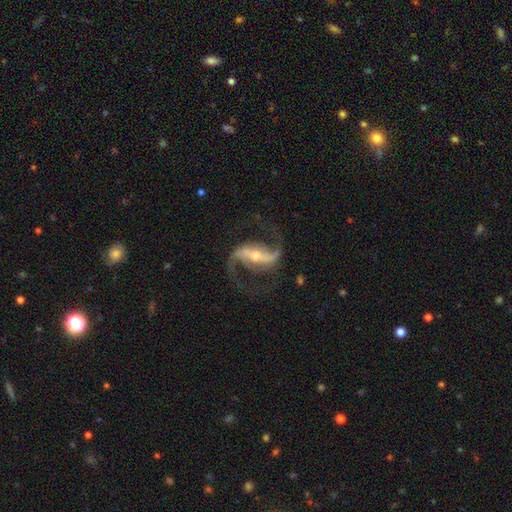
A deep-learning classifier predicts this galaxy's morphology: Overall: featured or disk (92%). Edge-on disk: no (97%). Bar: strong (62%; weak 26%). Spiral arms: yes (98%). Spiral arm count: 2 (94%). Spiral winding: loose (53%; medium 40%). Bulge size: small (50%; moderate 44%). Merging: none (78%).